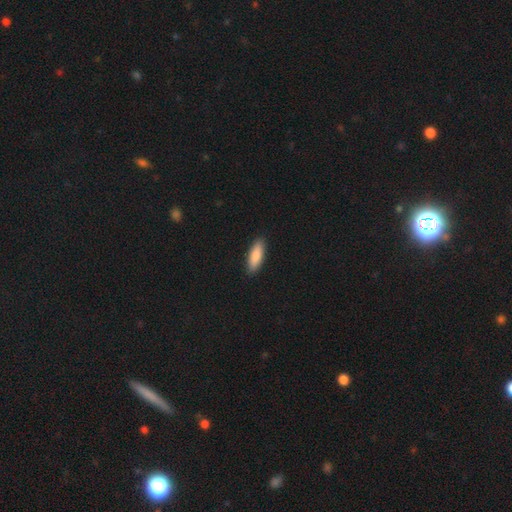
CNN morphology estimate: type=smooth (86%); roundness=in between (58%); merging=none (90%).